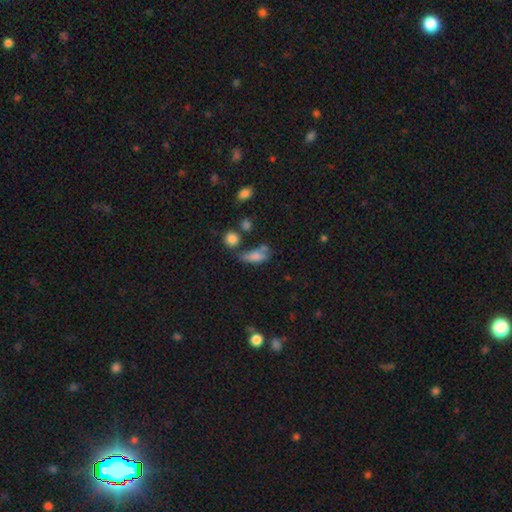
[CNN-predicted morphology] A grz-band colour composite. It shows a smooth galaxy with no disk features (74%) that is in between round and cigar-shaped (75%). Merging: none (39%).